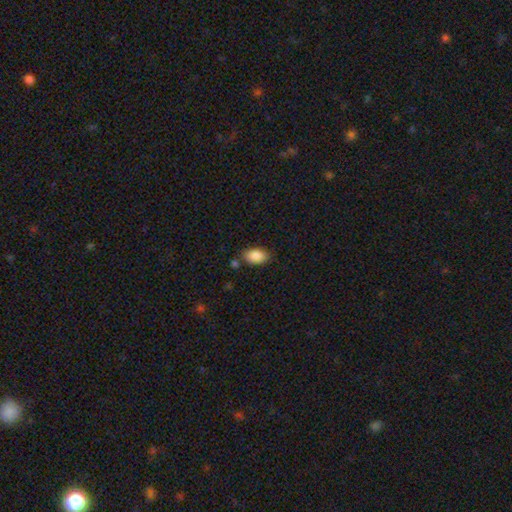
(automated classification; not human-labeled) The model was most divided on "merging": none: 79%, minor disturbance: 13%, merger: 5%, major disturbance: 3%. More confident: how rounded — in between (92%); smooth or featured — smooth (87%).